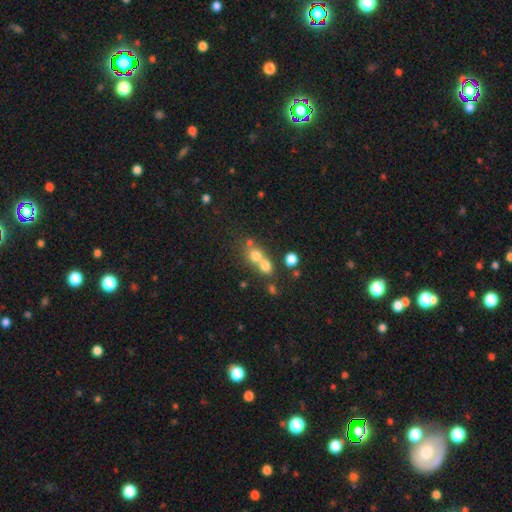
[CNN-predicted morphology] type=smooth (69%); roundness=round (73%); merging=merger (56%).